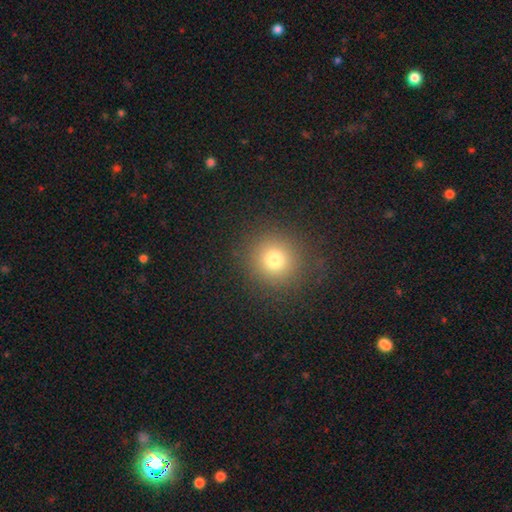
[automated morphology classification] Smooth or featured? smooth (73%)
How rounded? round (92%)
Merging? none (91%)